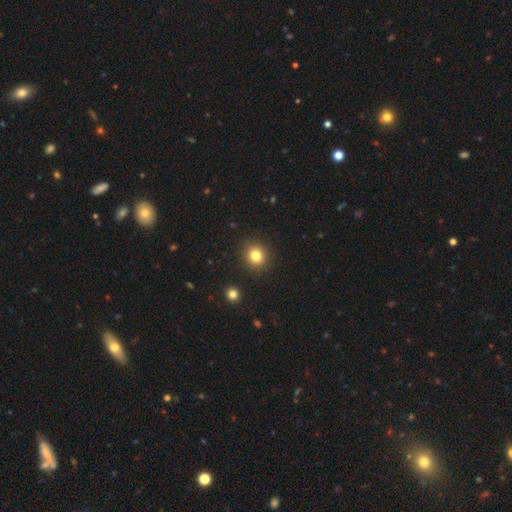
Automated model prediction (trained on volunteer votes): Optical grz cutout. It shows a smooth galaxy with no disk features (81%) that is round (88%). Merging: none (91%).